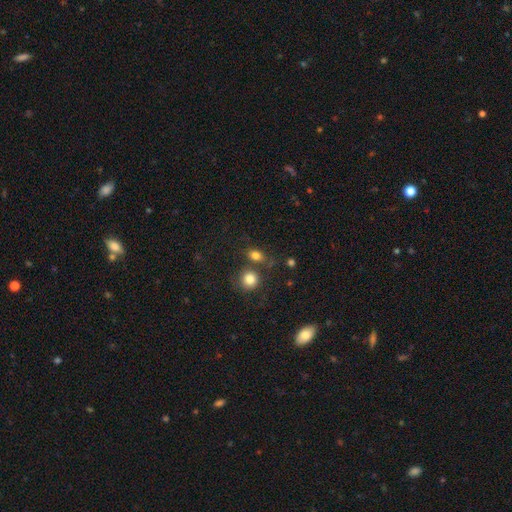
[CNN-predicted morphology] smooth 81%, star or artifact 11%, featured or disk 8%. Down the decision tree: how rounded — in between (63%); merging — none (61%).